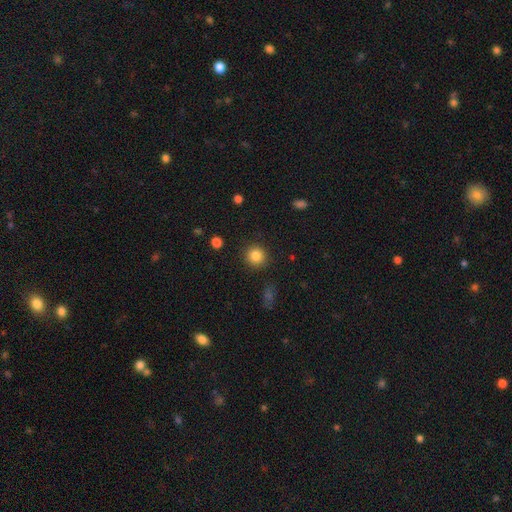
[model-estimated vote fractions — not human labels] Smooth or featured? Predicted: smooth (p=0.84). How rounded? Predicted: round (p=0.92). Merging? Predicted: none (p=0.90).